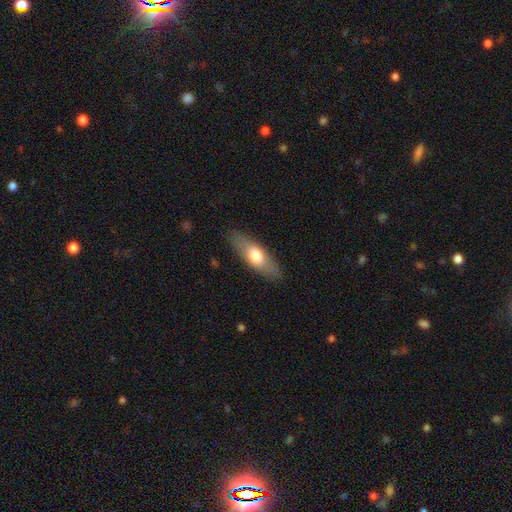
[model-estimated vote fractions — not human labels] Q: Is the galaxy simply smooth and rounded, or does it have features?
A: smooth — 64%.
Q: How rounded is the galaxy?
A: in between — 64%.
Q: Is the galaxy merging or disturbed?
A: none — 85%.